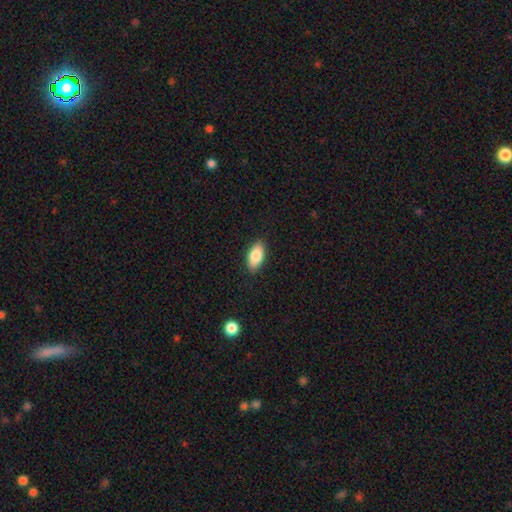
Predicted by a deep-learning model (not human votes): A smooth galaxy with no disk features (84%) that is in between round and cigar-shaped (91%).

Vote fractions:
- Smooth or featured? smooth: 84% / featured or disk: 9% / star or artifact: 7%
- How rounded? in between: 91% / cigar-shaped: 6% / round: 3%
- Merging? none: 89% / minor disturbance: 8% / major disturbance: 2% / merger: 1%